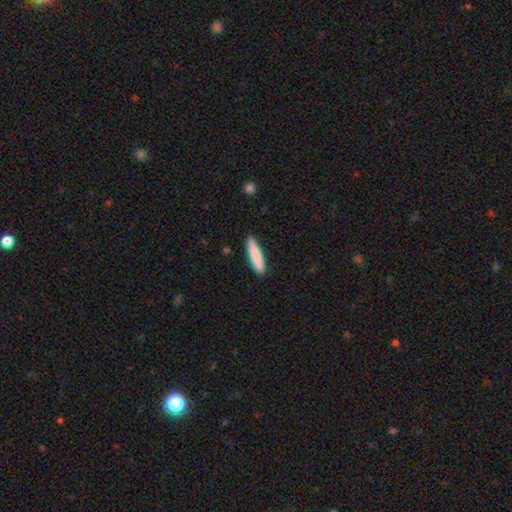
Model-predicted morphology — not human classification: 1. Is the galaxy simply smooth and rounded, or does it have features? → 83% smooth, 12% featured or disk, 5% star or artifact.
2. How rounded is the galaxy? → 83% cigar-shaped, 16% in between, 1% round.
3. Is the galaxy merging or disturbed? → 89% none, 8% minor disturbance, 2% major disturbance, 1% merger.